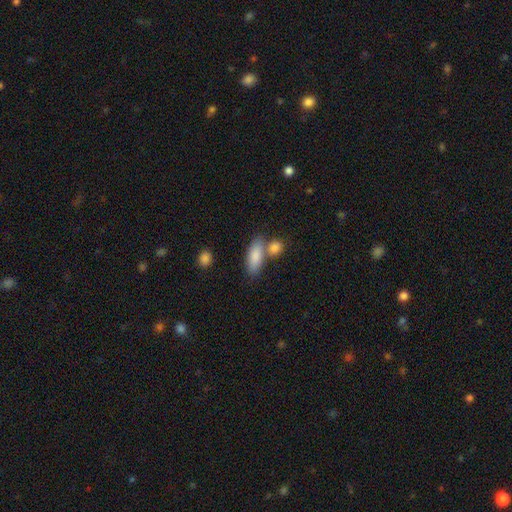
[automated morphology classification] smooth 85%, featured or disk 8%, star or artifact 6%. Down the decision tree: how rounded — in between (78%); merging — none (51%).